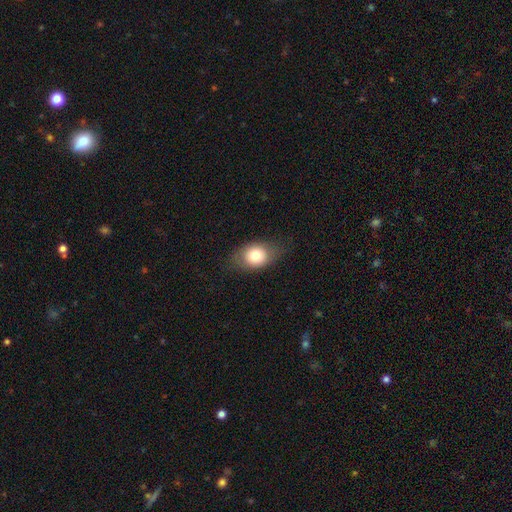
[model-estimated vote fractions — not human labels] Smooth or featured? smooth (75%)
How rounded? in between (63%)
Merging? none (75%)